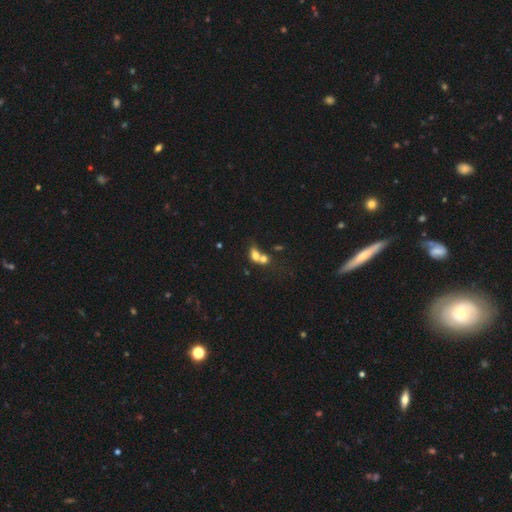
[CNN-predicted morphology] The model was most divided on "how rounded": in between: 65%, round: 32%, cigar-shaped: 4%. More confident: smooth or featured — smooth (70%); merging — merger (61%).